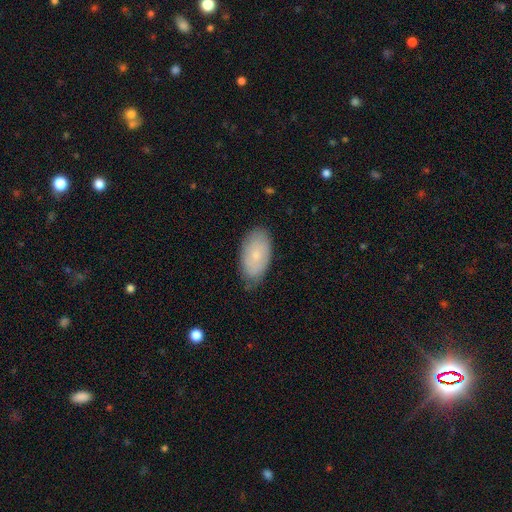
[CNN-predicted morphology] Overall: smooth (70%). How rounded: in between (94%). Merging: none (73%).